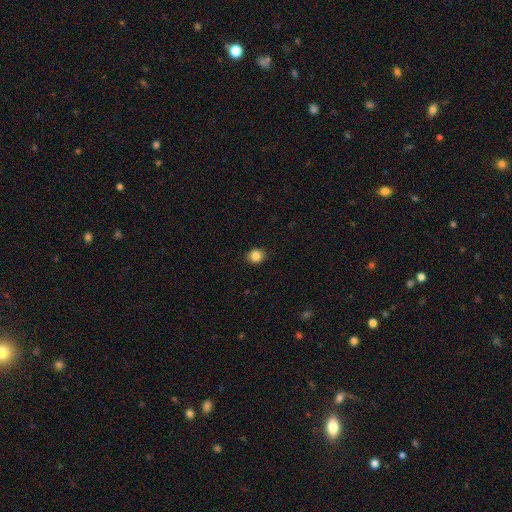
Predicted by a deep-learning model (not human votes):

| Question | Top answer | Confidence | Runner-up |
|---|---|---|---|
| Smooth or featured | smooth | 86% | star or artifact (10%) |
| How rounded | round | 84% | in between (15%) |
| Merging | none | 91% | minor disturbance (6%) |